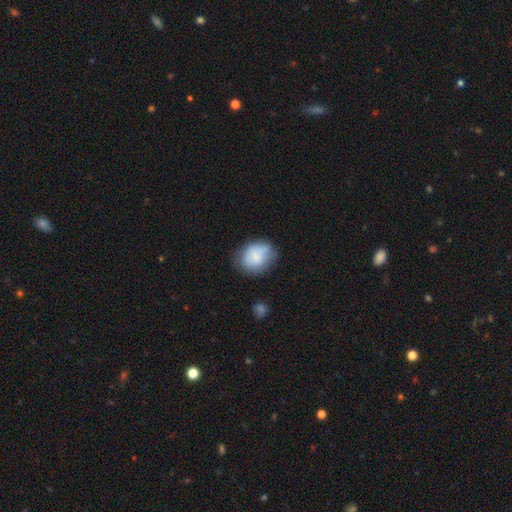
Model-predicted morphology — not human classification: A smooth galaxy with no disk features (77%) that is in between round and cigar-shaped (52%). Merging: none (56%).